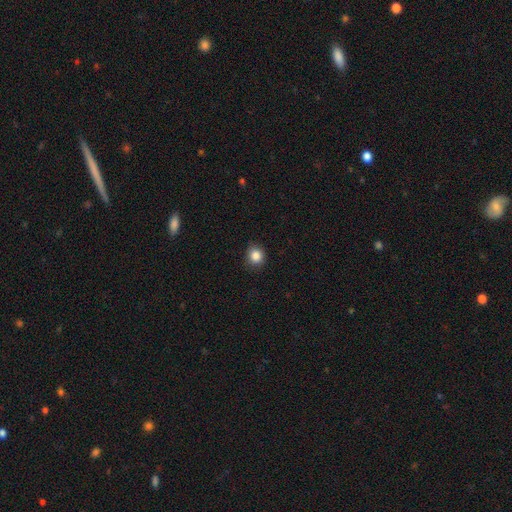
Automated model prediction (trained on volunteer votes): Smooth or featured? smooth (85%)
How rounded? round (79%)
Merging? none (85%)